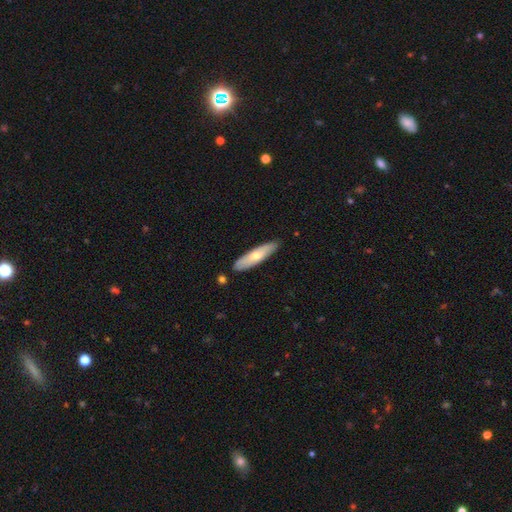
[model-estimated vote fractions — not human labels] The model was most divided on "smooth or featured": smooth: 56%, featured or disk: 39%, star or artifact: 6%. More confident: merging — none (85%); how rounded — cigar-shaped (71%).